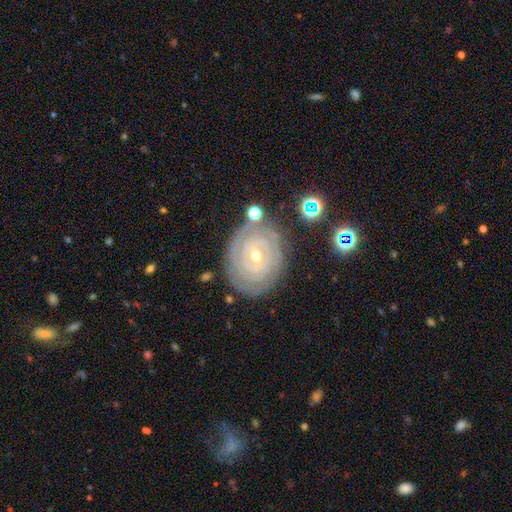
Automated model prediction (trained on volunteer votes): This appears to be a featured or disk galaxy (89%) with no bar (57%), 2 (38%) tight (89%) spiral arms (96%) and a small central bulge (63%). Merging: none (80%).